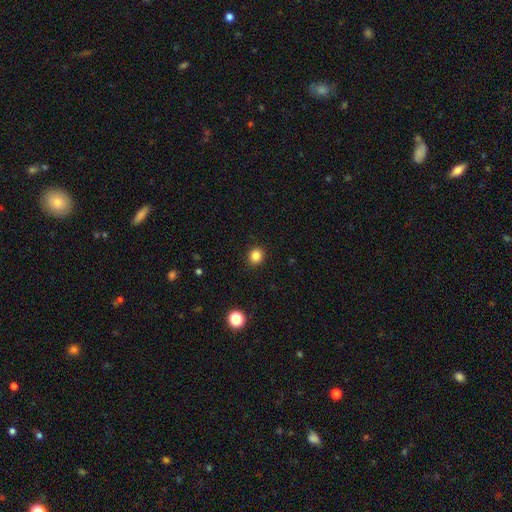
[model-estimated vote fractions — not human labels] Morphology: type=smooth (84%); roundness=round (82%); merging=none (91%).